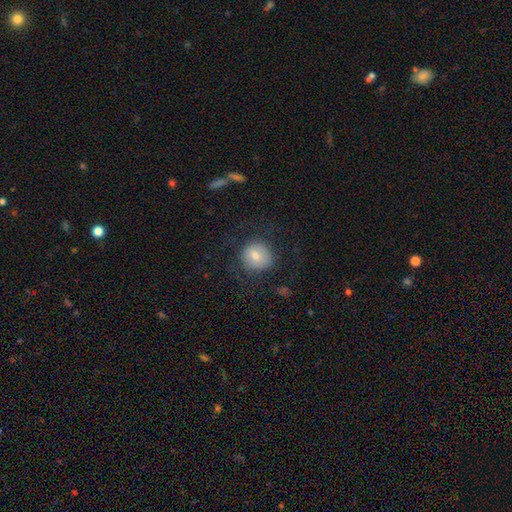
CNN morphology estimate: Q: Smooth or featured?
A: smooth (75%); runner-up: featured or disk (16%)
Q: How rounded?
A: round (86%); runner-up: in between (14%)
Q: Merging?
A: none (74%); runner-up: minor disturbance (15%)